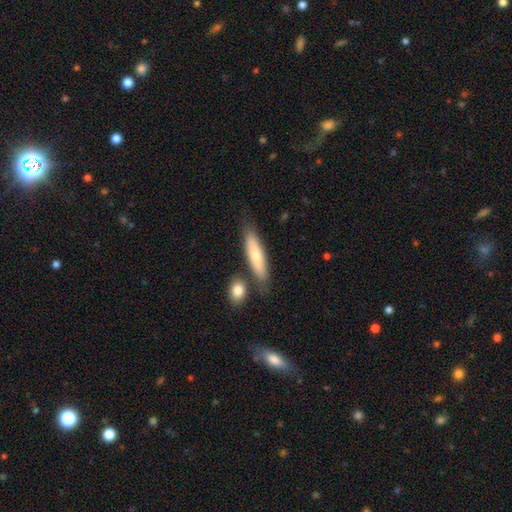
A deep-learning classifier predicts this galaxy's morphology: type=smooth (70%); roundness=cigar-shaped (77%); merging=none (73%).